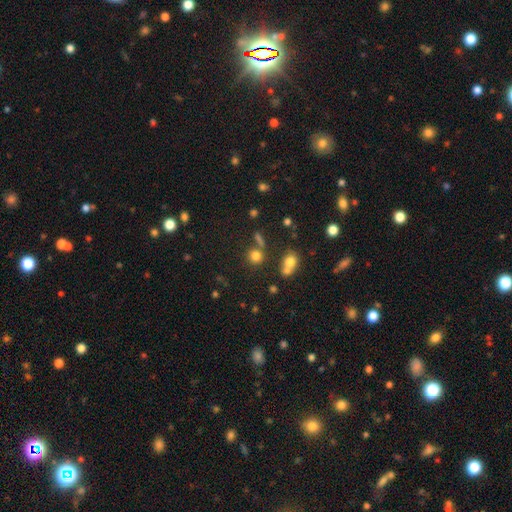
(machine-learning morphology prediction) Smooth or featured: smooth — 76% (star or artifact — 16%)
How rounded: round — 88% (in between — 10%)
Merging: none — 68% (merger — 18%)